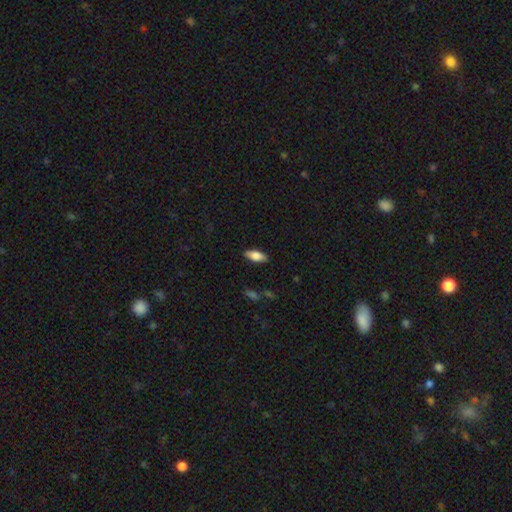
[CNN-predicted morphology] smooth 77%, featured or disk 17%, star or artifact 7%. Down the decision tree: how rounded — in between (79%); merging — none (87%).